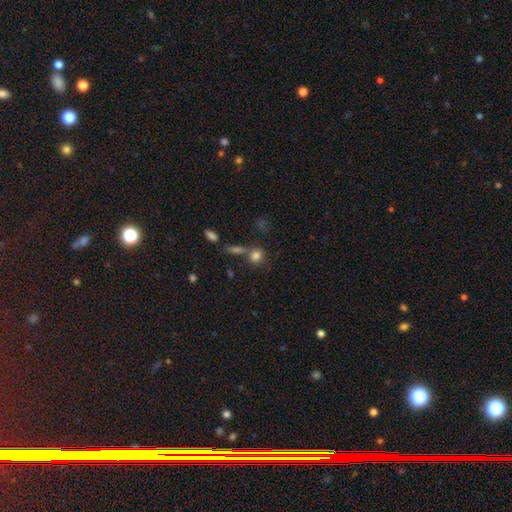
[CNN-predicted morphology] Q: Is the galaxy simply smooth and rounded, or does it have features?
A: smooth — 81%.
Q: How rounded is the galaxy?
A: round — 75%.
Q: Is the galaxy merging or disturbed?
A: none — 59%.